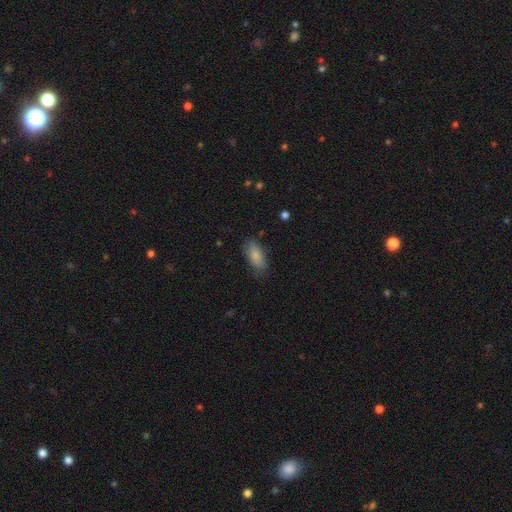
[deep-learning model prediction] Smooth or featured? smooth (84%)
How rounded? in between (85%)
Merging? none (76%)